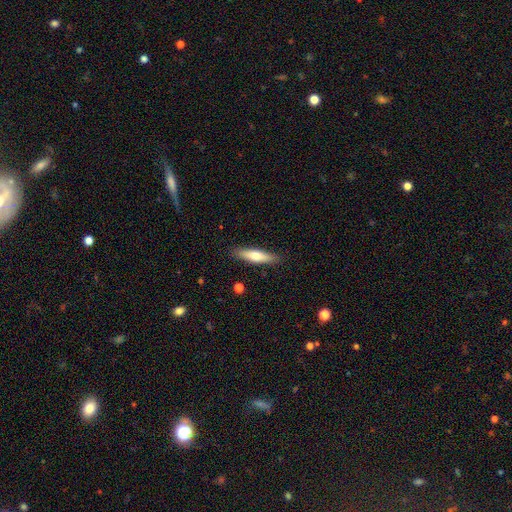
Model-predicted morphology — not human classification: A smooth galaxy with no disk features (61%) that is cigar-shaped (73%).

Vote fractions:
- Smooth or featured? smooth: 61% / featured or disk: 33% / star or artifact: 6%
- How rounded? cigar-shaped: 73% / in between: 25% / round: 2%
- Merging? none: 88% / minor disturbance: 9% / major disturbance: 2% / merger: 1%